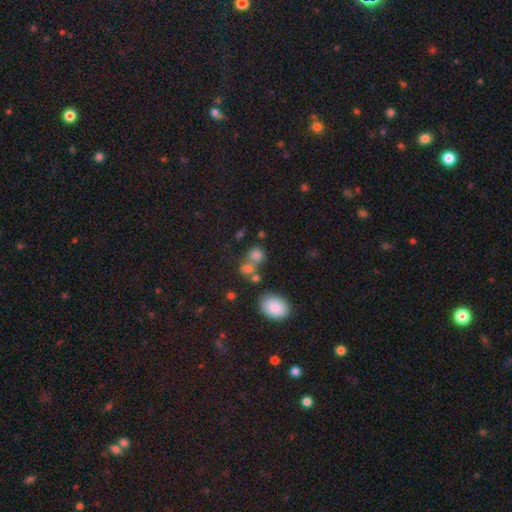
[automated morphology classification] smooth-or-featured: smooth: 73% | star or artifact: 17% | featured or disk: 11%
  how-rounded: round: 66% | in between: 33% | cigar-shaped: 1%
  merging: none: 45% | merger: 38% | minor disturbance: 11% | major disturbance: 6%